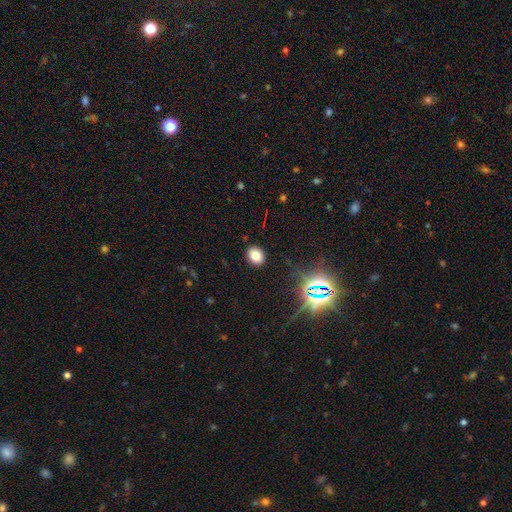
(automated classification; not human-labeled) The model was most divided on "how rounded": in between: 56%, round: 43%, cigar-shaped: 1%. More confident: merging — none (89%); smooth or featured — smooth (77%).